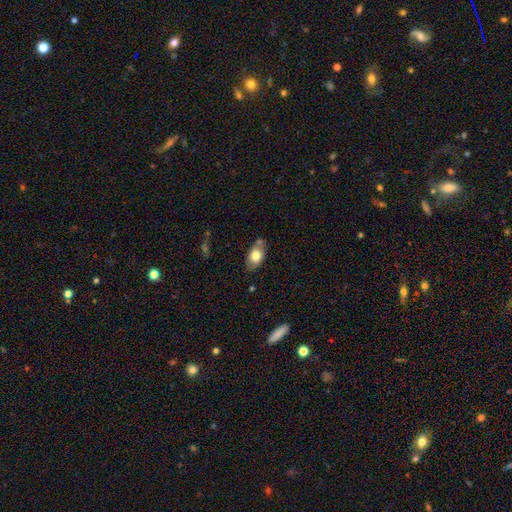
A smooth galaxy with no disk features (87%) that is in between round and cigar-shaped (76%).

Vote fractions:
- Smooth or featured? smooth: 87% / star or artifact: 8% / featured or disk: 5%
- How rounded? in between: 76% / round: 18% / cigar-shaped: 6%
- Merging? none: 40% / minor disturbance: 37% / merger: 14% / major disturbance: 9%